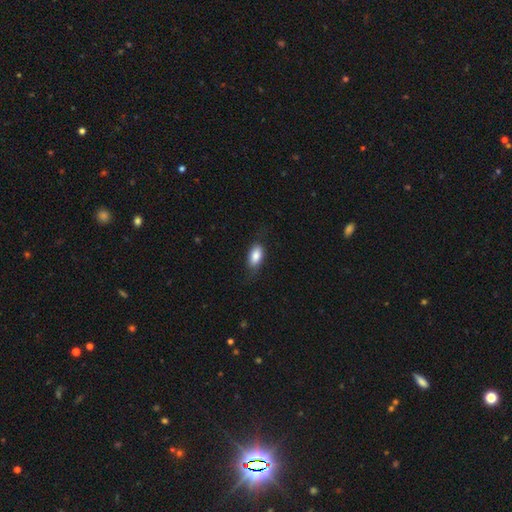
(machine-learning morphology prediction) smooth_or_featured: smooth (p=0.84) [alt: featured or disk p=0.09]
how_rounded: in between (p=0.89) [alt: cigar-shaped p=0.07]
merging: none (p=0.73) [alt: minor disturbance p=0.20]